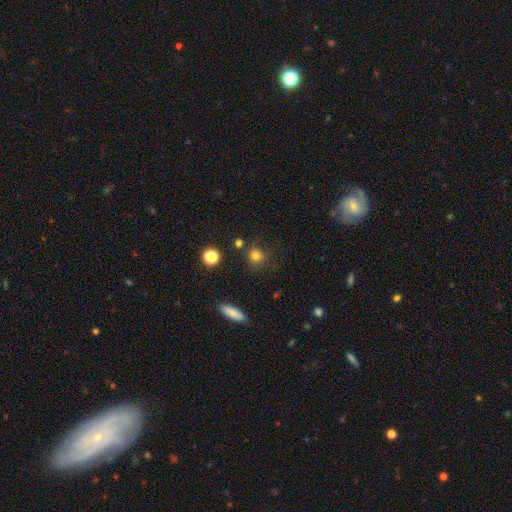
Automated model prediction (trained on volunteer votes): smooth 77%, star or artifact 16%, featured or disk 7%. Down the decision tree: how rounded — round (88%); merging — none (78%).